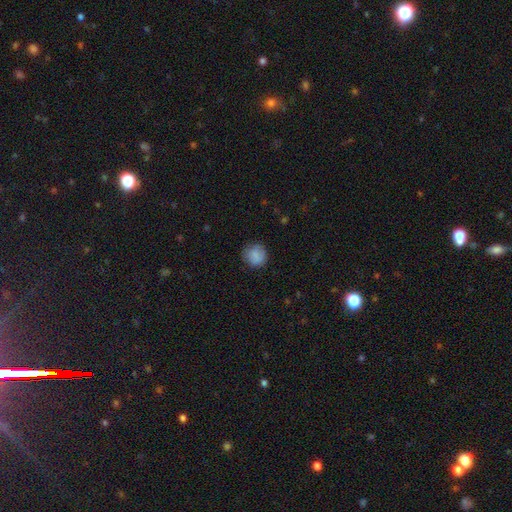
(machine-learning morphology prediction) Smooth or featured? Predicted: smooth (p=0.85). How rounded? Predicted: round (p=0.89). Merging? Predicted: none (p=0.81).